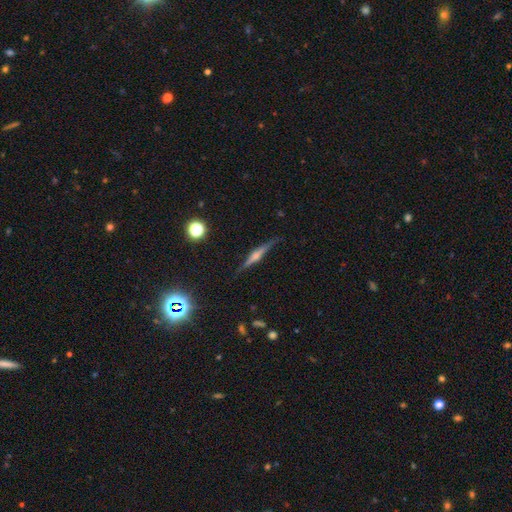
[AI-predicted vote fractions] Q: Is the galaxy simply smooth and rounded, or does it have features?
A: featured or disk — 73%.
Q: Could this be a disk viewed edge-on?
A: yes — 97%.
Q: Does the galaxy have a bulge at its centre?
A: rounded — 77%.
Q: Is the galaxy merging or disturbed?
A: none — 86%.